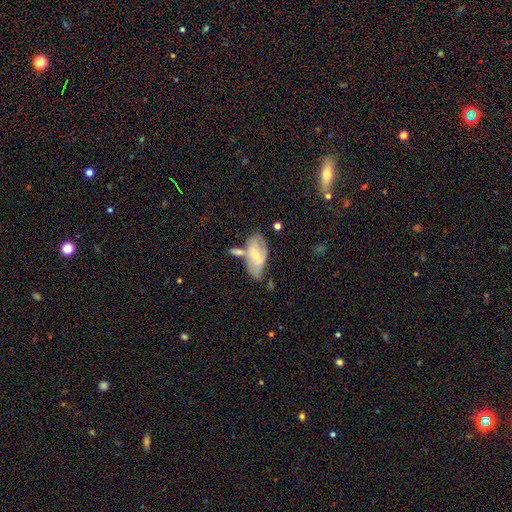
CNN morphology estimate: Smooth or featured? featured or disk (55%)
Edge-on disk? no (90%)
Merging? none (36%)